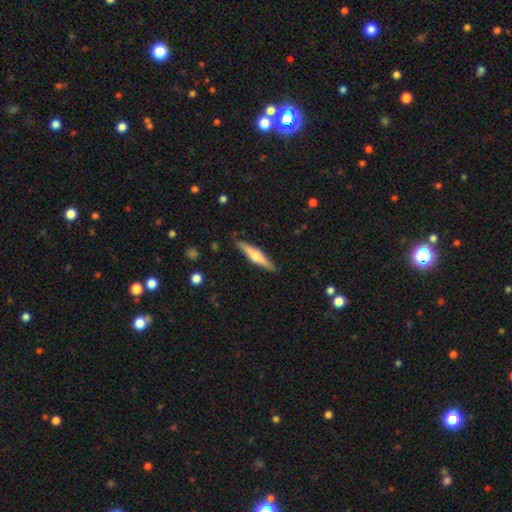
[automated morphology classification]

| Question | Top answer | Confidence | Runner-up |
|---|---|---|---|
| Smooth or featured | featured or disk | 52% | smooth (42%) |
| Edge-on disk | yes | 95% | no (5%) |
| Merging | none | 88% | minor disturbance (9%) |